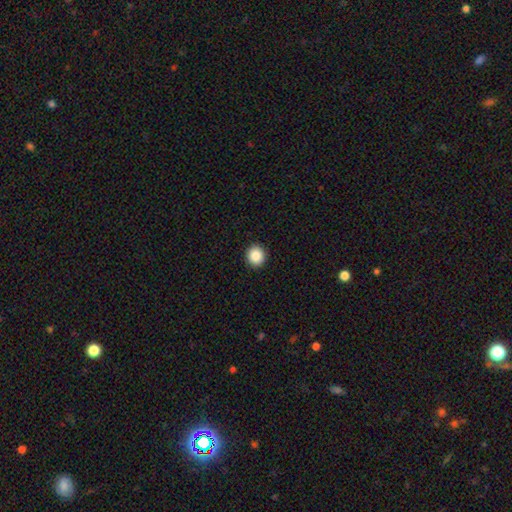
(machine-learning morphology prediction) smooth-or-featured: smooth: 87% | star or artifact: 9% | featured or disk: 3%
  how-rounded: round: 90% | in between: 9% | cigar-shaped: 1%
  merging: none: 93% | minor disturbance: 5% | major disturbance: 2% | merger: 1%